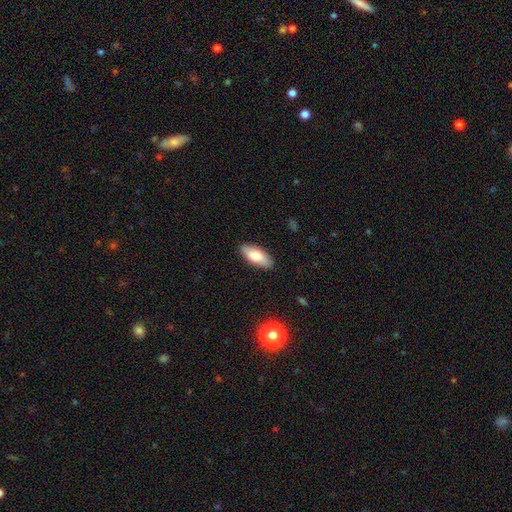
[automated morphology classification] This is likely a smooth galaxy (77%). How rounded: clearly in between (84%). Merging: clearly none (89%).